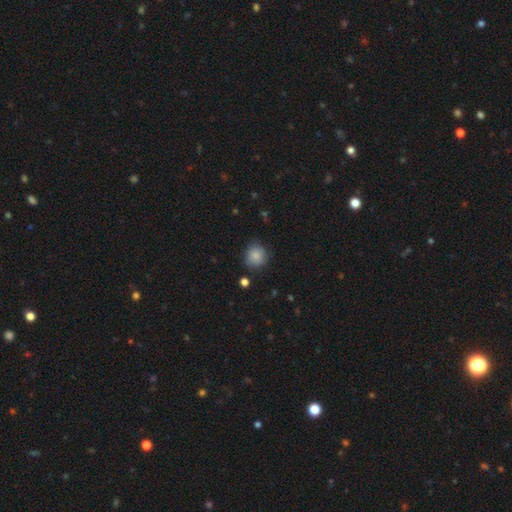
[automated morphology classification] Smooth or featured: smooth — 85% (star or artifact — 9%)
How rounded: round — 86% (in between — 13%)
Merging: none — 79% (minor disturbance — 16%)